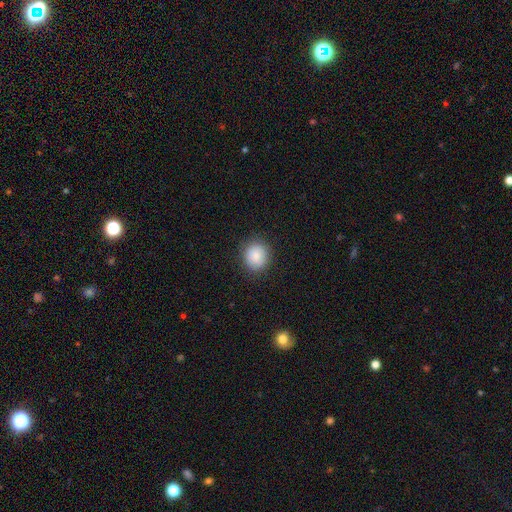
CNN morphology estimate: smooth_or_featured: smooth (p=0.82) [alt: featured or disk p=0.09]
how_rounded: round (p=0.86) [alt: in between p=0.13]
merging: none (p=0.87) [alt: minor disturbance p=0.09]